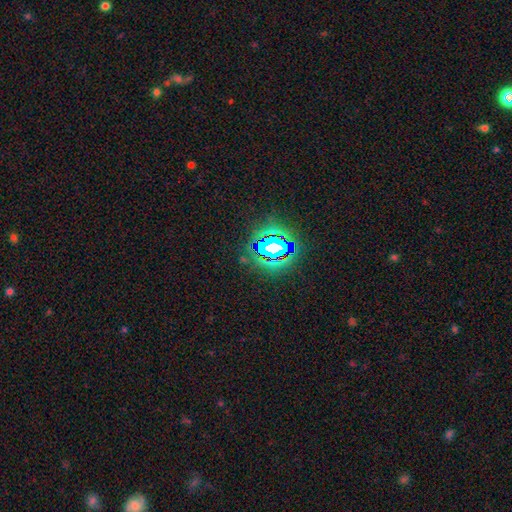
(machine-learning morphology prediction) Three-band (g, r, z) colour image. It shows a star or artifact, not a galaxy (80%).